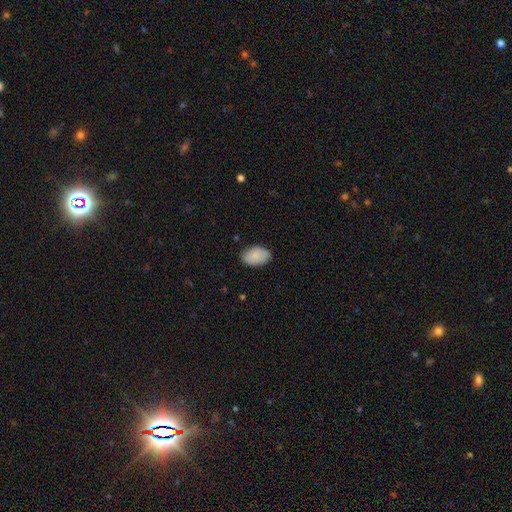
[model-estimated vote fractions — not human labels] Smooth or featured: smooth — 88% (star or artifact — 6%)
How rounded: in between — 92% (round — 7%)
Merging: none — 82% (minor disturbance — 14%)